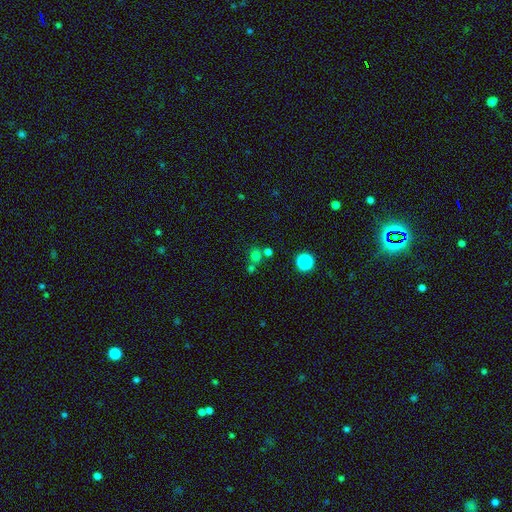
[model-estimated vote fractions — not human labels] smooth-or-featured: smooth: 65% | star or artifact: 27% | featured or disk: 9%
  how-rounded: round: 84% | in between: 15% | cigar-shaped: 1%
  merging: none: 57% | merger: 31% | minor disturbance: 8% | major disturbance: 4%